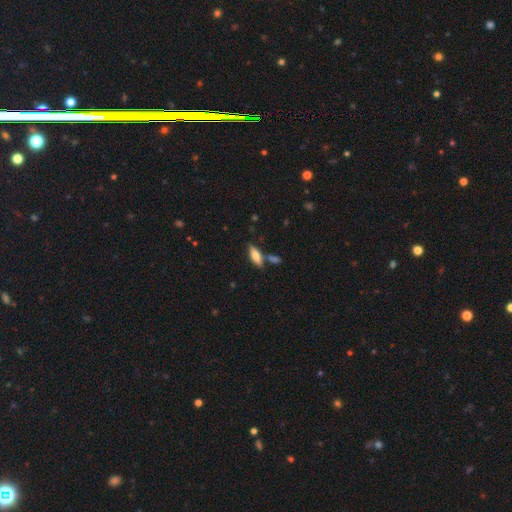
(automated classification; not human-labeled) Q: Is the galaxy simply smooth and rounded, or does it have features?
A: smooth — 62%.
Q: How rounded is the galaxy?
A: in between — 56%.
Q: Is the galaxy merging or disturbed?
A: none — 72%.